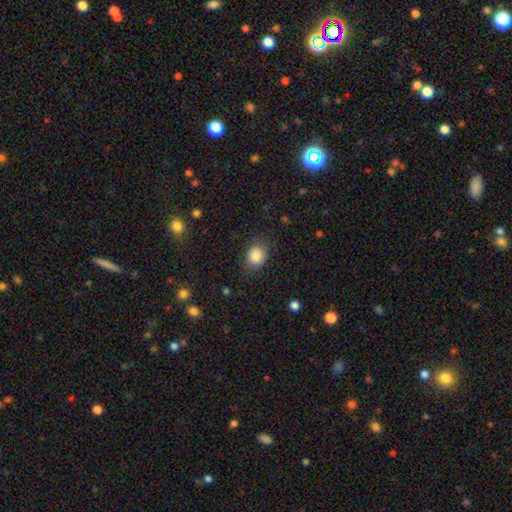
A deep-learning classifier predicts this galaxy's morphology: smooth_or_featured: smooth (p=0.86) [alt: star or artifact p=0.09]
how_rounded: round (p=0.51) [alt: in between p=0.48]
merging: none (p=0.78) [alt: minor disturbance p=0.15]